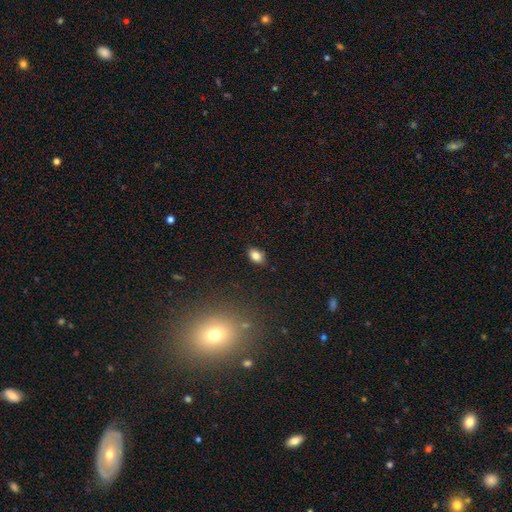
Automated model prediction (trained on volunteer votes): smooth_or_featured: smooth (p=0.82) [alt: star or artifact p=0.10]
how_rounded: in between (p=0.87) [alt: round p=0.12]
merging: none (p=0.86) [alt: minor disturbance p=0.11]